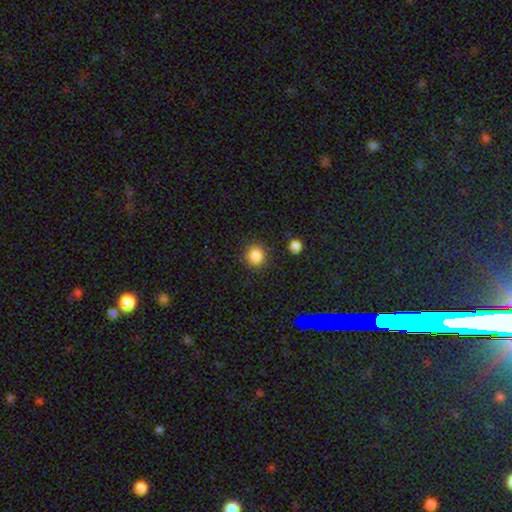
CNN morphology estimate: A smooth galaxy with no disk features (84%) that is round (85%).

Vote fractions:
- Smooth or featured? smooth: 84% / star or artifact: 12% / featured or disk: 4%
- How rounded? round: 85% / in between: 14% / cigar-shaped: 1%
- Merging? none: 86% / minor disturbance: 9% / major disturbance: 3% / merger: 2%